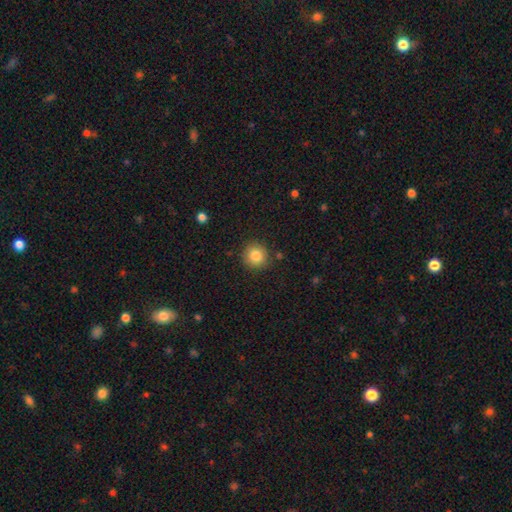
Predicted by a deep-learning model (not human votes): smooth-or-featured: smooth: 84% | star or artifact: 9% | featured or disk: 6%
  how-rounded: round: 92% | in between: 7% | cigar-shaped: 1%
  merging: none: 87% | minor disturbance: 8% | major disturbance: 2% | merger: 2%